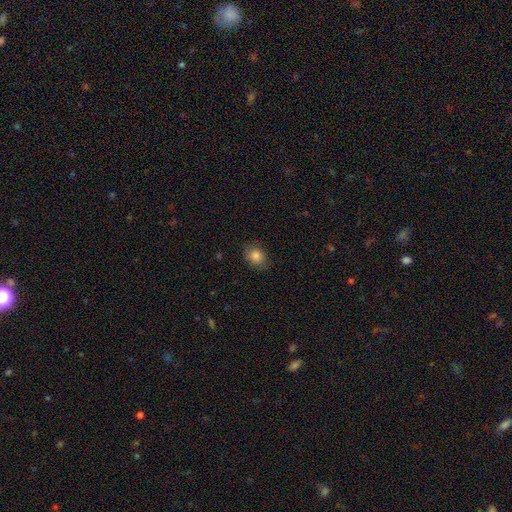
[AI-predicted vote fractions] Smooth or featured? smooth (84%)
How rounded? round (53%)
Merging? none (80%)